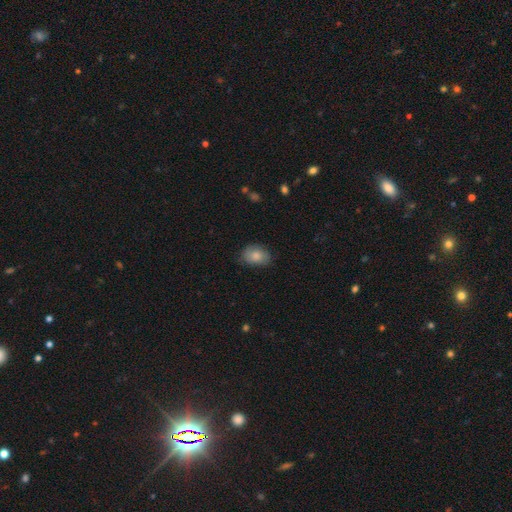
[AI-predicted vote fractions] A smooth galaxy with no disk features (83%) that is in between round and cigar-shaped (77%).

Vote fractions:
- Smooth or featured? smooth: 83% / featured or disk: 9% / star or artifact: 7%
- How rounded? in between: 77% / round: 22% / cigar-shaped: 1%
- Merging? none: 76% / minor disturbance: 20% / major disturbance: 4% / merger: 1%